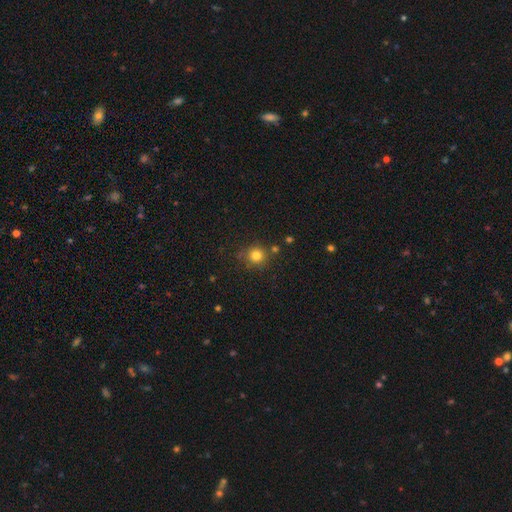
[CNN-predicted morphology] Overall: smooth (80%). How rounded: round (91%). Merging: none (79%).